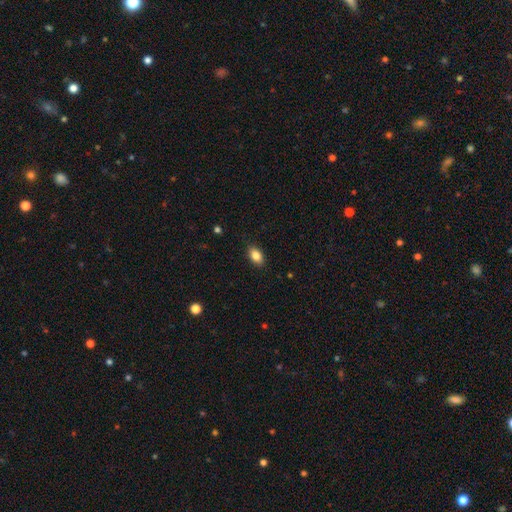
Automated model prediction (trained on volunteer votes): smooth-or-featured: smooth: 85% | star or artifact: 8% | featured or disk: 7%
  how-rounded: in between: 88% | round: 10% | cigar-shaped: 2%
  merging: none: 88% | minor disturbance: 9% | major disturbance: 2% | merger: 1%